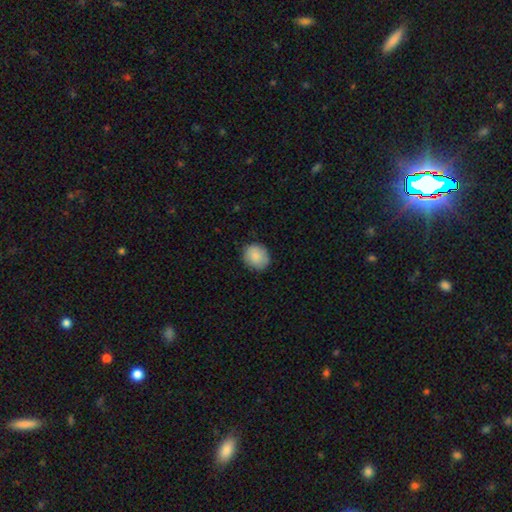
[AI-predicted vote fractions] Overall: smooth (87%). How rounded: round (73%). Merging: none (84%).